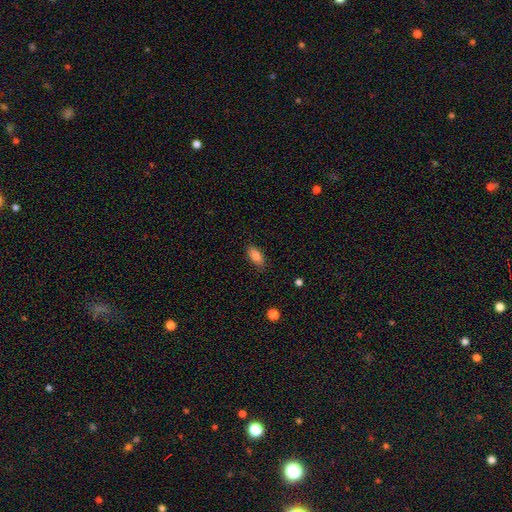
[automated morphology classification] Overall: smooth (85%). How rounded: in between (87%). Merging: none (84%).